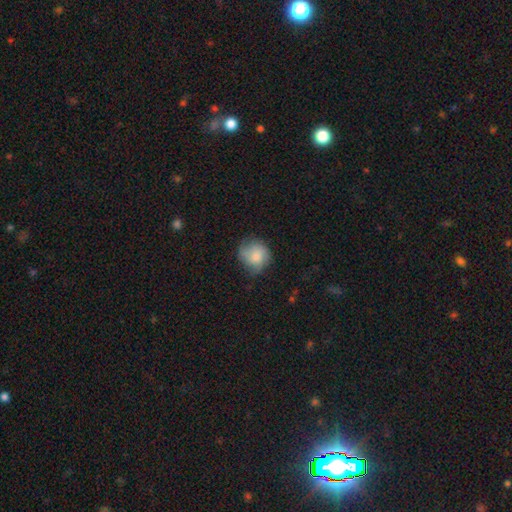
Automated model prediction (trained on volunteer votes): A smooth galaxy with no disk features (72%) that is round (81%). Merging: none (61%).